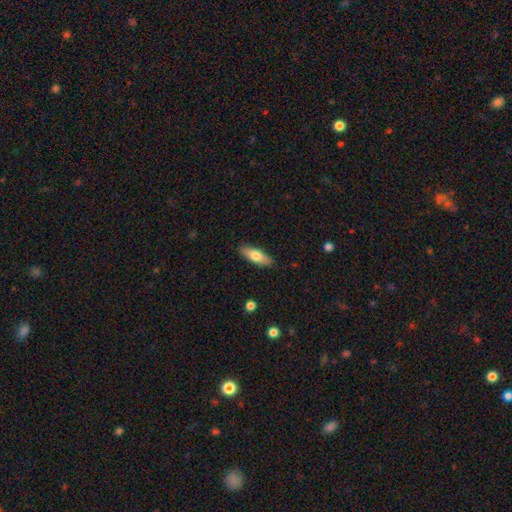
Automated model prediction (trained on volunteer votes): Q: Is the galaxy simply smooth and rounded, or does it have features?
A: smooth — 69%.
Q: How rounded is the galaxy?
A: in between — 62%.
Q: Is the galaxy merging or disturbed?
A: none — 88%.